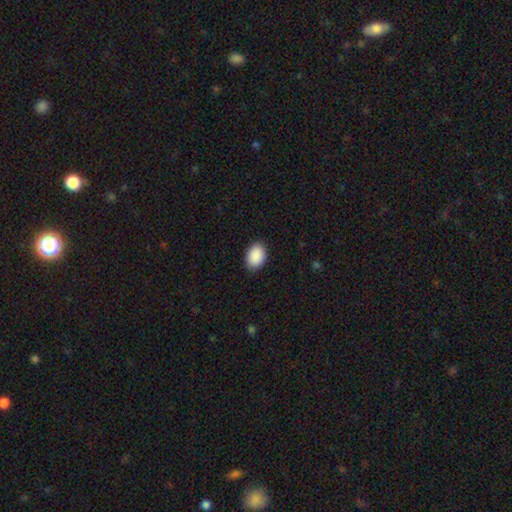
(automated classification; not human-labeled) Q: Smooth or featured?
A: smooth (91%); runner-up: star or artifact (7%)
Q: How rounded?
A: in between (82%); runner-up: round (17%)
Q: Merging?
A: none (88%); runner-up: minor disturbance (9%)